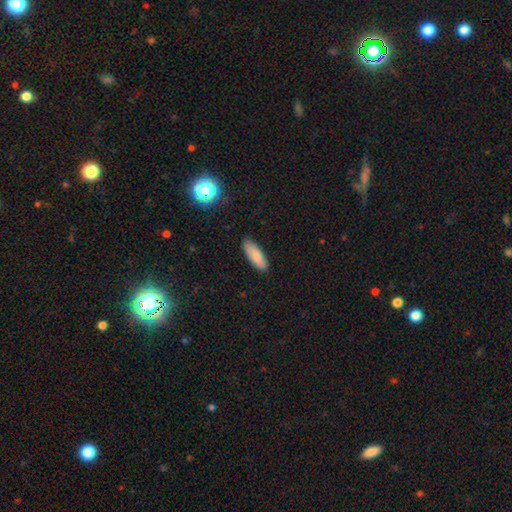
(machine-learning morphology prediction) This is clearly a smooth galaxy (85%). How rounded: likely in between (65%). Merging: clearly none (86%).